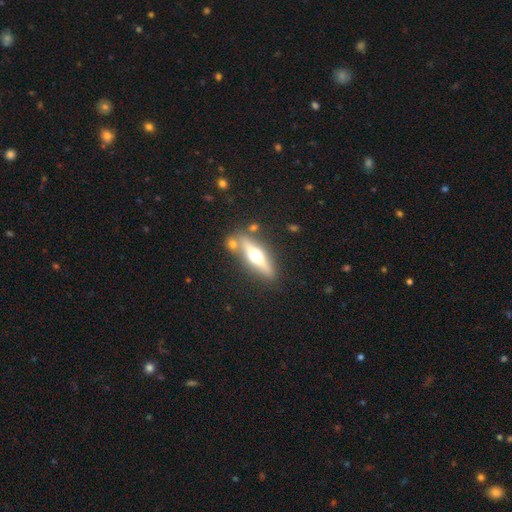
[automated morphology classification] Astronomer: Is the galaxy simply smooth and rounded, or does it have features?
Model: featured or disk — 63%.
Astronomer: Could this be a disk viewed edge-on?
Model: yes — 91%.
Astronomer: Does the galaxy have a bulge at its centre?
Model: rounded — 96%.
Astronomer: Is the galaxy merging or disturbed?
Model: none — 78%.